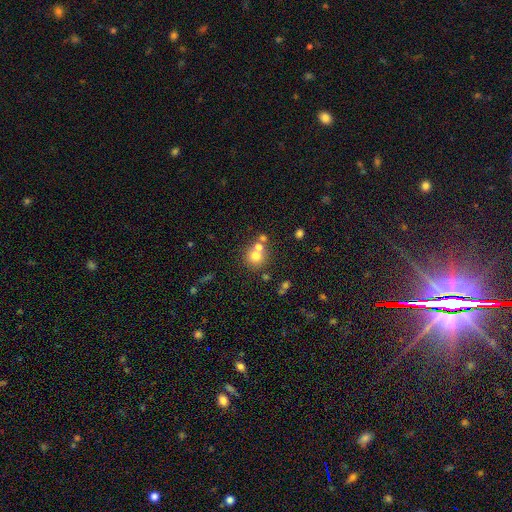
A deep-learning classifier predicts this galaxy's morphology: Overall: smooth (69%). How rounded: round (87%). Merging: none (52%; merger 36%).